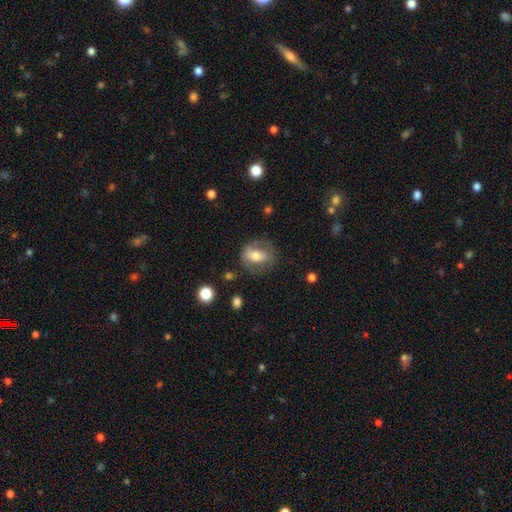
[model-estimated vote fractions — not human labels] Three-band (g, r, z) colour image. It shows a smooth galaxy with no disk features (54%) that is in between round and cigar-shaped (56%). Merging: none (67%).